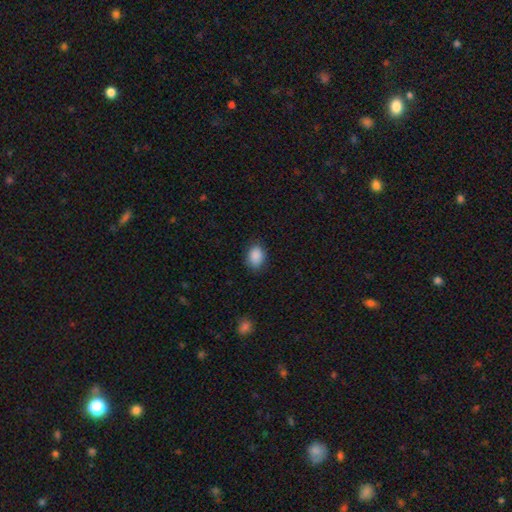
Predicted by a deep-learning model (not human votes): A smooth galaxy with no disk features (89%) that is in between round and cigar-shaped (69%).

Vote fractions:
- Smooth or featured? smooth: 89% / star or artifact: 8% / featured or disk: 3%
- How rounded? in between: 69% / round: 30% / cigar-shaped: 1%
- Merging? none: 84% / minor disturbance: 12% / major disturbance: 3% / merger: 1%